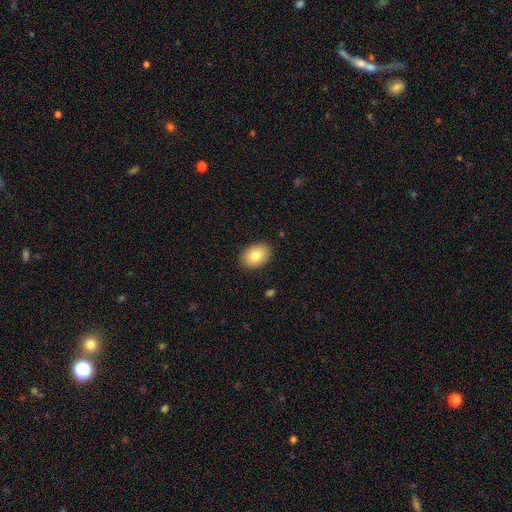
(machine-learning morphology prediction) type=smooth (81%); roundness=in between (78%); merging=none (88%).